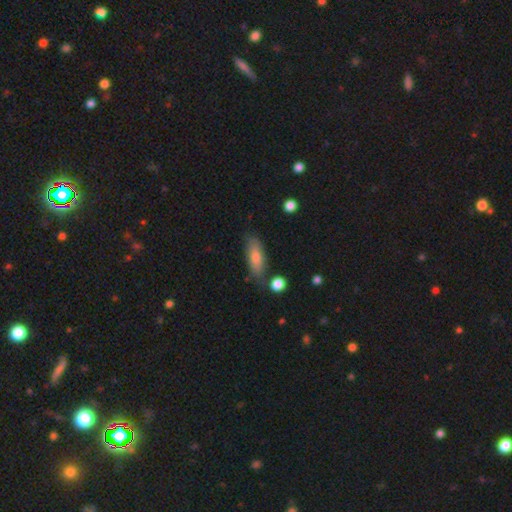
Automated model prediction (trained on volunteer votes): Smooth or featured? Predicted: smooth (p=0.69). How rounded? Predicted: in between (p=0.52). Merging? Predicted: none (p=0.80).